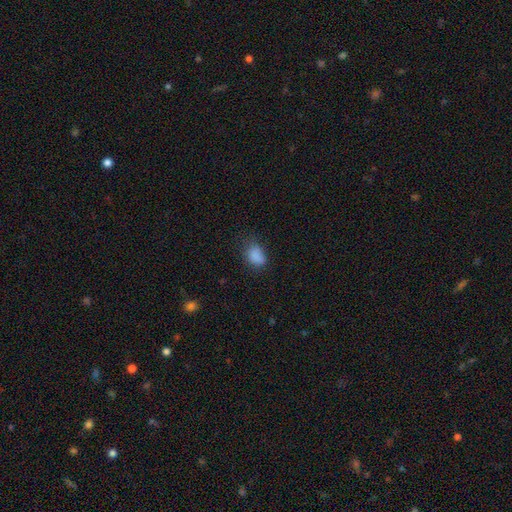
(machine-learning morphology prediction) The model was most divided on "merging": none: 59%, minor disturbance: 29%, major disturbance: 10%, merger: 2%. More confident: smooth or featured — smooth (84%); how rounded — in between (77%).